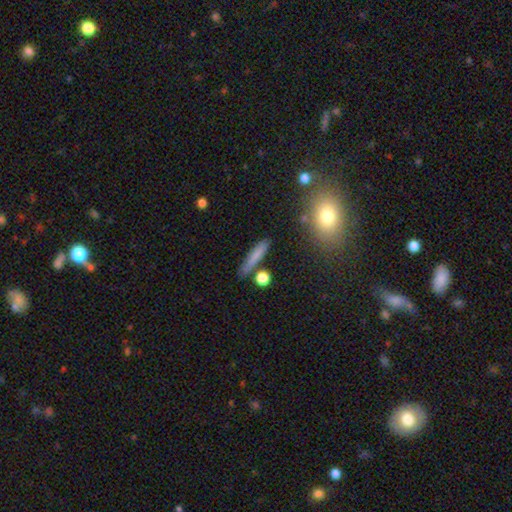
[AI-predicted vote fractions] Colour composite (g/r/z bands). It shows a smooth galaxy with no disk features (73%) that is cigar-shaped (84%). Merging: none (78%).